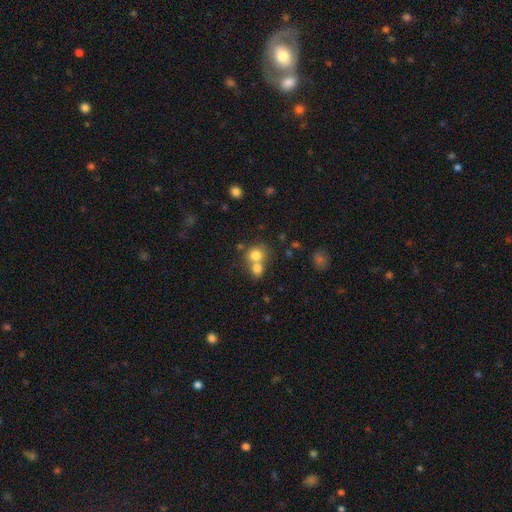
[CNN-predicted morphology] This is likely a smooth galaxy (76%). How rounded: likely round (78%). Merging: possibly merger (56%).